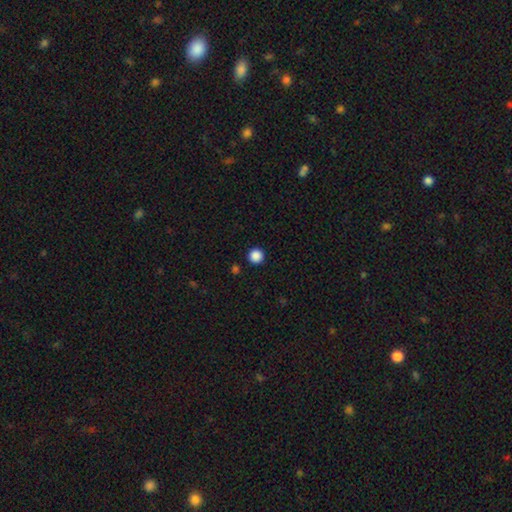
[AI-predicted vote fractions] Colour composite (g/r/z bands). It shows a smooth galaxy with no disk features (87%) that is round (96%). Merging: none (93%).